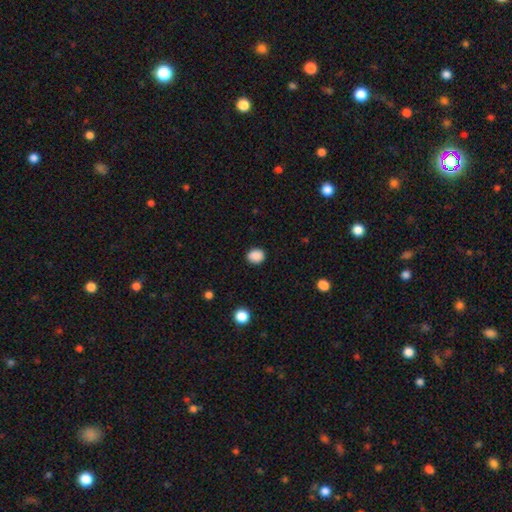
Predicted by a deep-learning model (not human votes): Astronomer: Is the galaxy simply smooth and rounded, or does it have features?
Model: smooth — 88%.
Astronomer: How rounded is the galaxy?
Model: round — 61% (runner-up: in between, 38%).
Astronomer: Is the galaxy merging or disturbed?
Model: none — 89%.